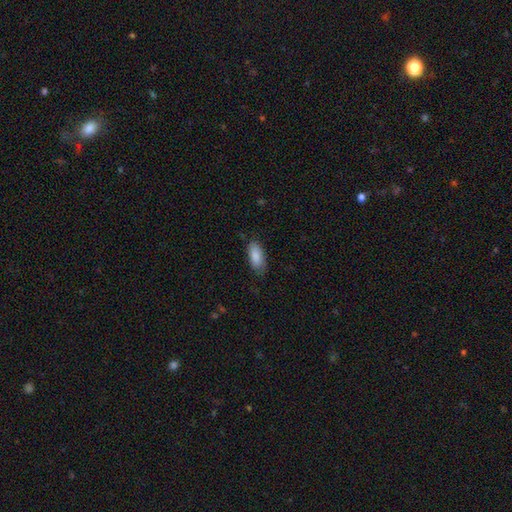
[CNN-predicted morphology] A smooth galaxy with no disk features (88%) that is in between round and cigar-shaped (86%). Merging: none (77%).